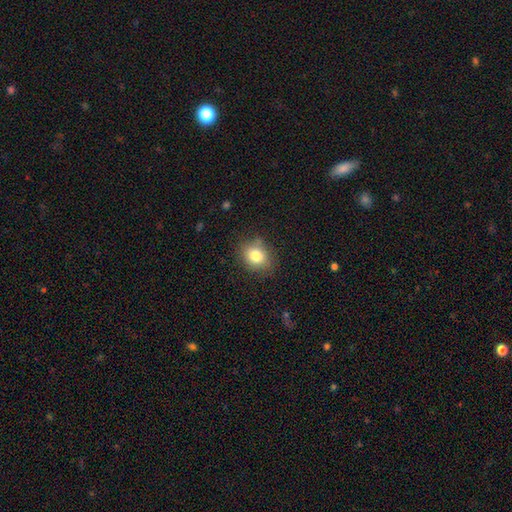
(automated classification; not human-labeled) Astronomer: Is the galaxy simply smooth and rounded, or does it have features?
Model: smooth — 80%.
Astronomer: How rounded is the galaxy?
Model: round — 54% (runner-up: in between, 45%).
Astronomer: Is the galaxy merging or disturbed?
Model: none — 80%.